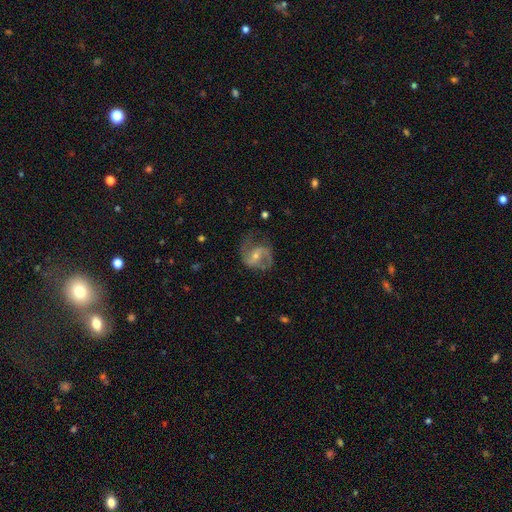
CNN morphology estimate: Smooth or featured: featured or disk — 84% (smooth — 10%)
Edge-on disk: no — 98% (yes — 2%)
Bar: weak — 45% (no — 34%)
Spiral arms: yes — 95% (no — 5%)
Spiral winding: medium — 51% (loose — 37%)
Spiral arm count: 2 — 88% (can't tell — 4%)
Bulge size: small — 56% (moderate — 39%)
Merging: none — 66% (minor disturbance — 19%)